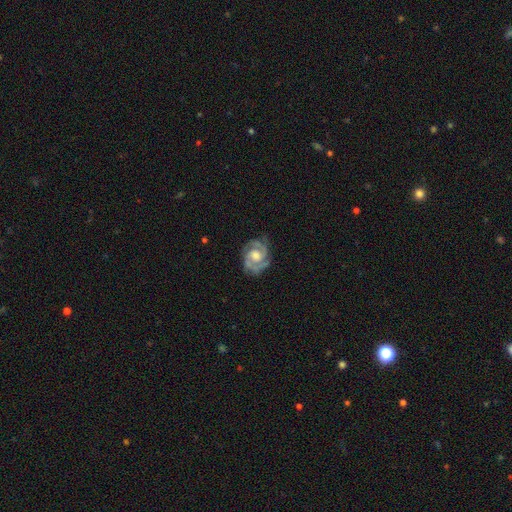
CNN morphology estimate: Overall: featured or disk (90%). Edge-on disk: no (98%). Bar: no (61%; weak 32%). Spiral arms: yes (98%). Spiral arm count: 2 (70%). Spiral winding: tight (56%; medium 39%). Bulge size: moderate (62%). Merging: none (78%).